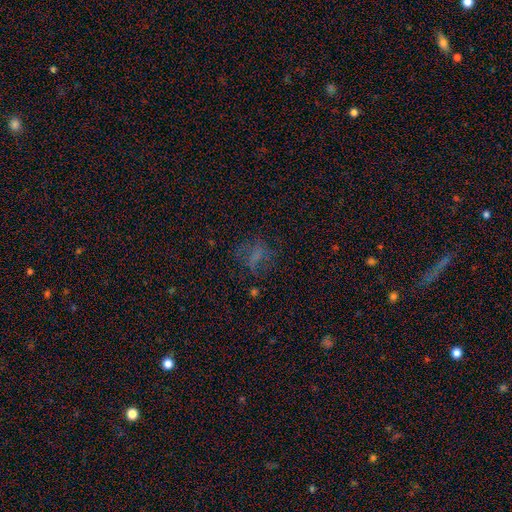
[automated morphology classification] Smooth or featured?
  - smooth: 44% *
  - star or artifact: 29%
  - featured or disk: 27%
Merging?
  - none: 56% *
  - major disturbance: 23%
  - minor disturbance: 19%
  - merger: 3%